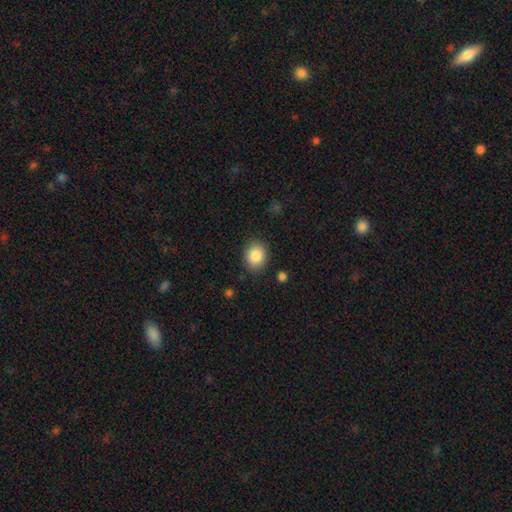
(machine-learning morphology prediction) A smooth galaxy with no disk features (86%) that is round (53%).

Vote fractions:
- Smooth or featured? smooth: 86% / star or artifact: 8% / featured or disk: 6%
- How rounded? round: 53% / in between: 47% / cigar-shaped: 1%
- Merging? none: 86% / minor disturbance: 10% / major disturbance: 3% / merger: 2%